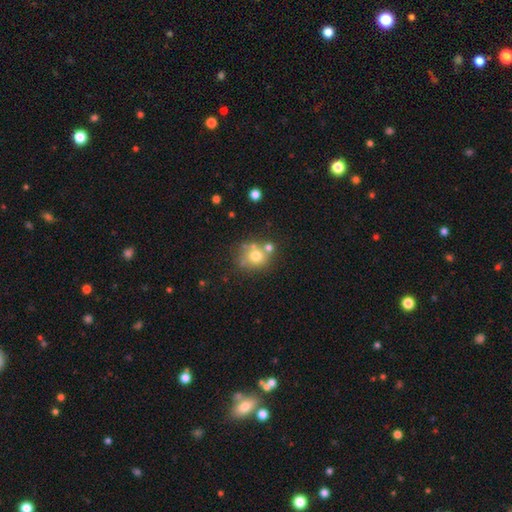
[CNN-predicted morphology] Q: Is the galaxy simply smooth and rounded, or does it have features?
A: smooth — 68%.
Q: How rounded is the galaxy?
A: round — 78%.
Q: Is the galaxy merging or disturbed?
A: none — 56%.